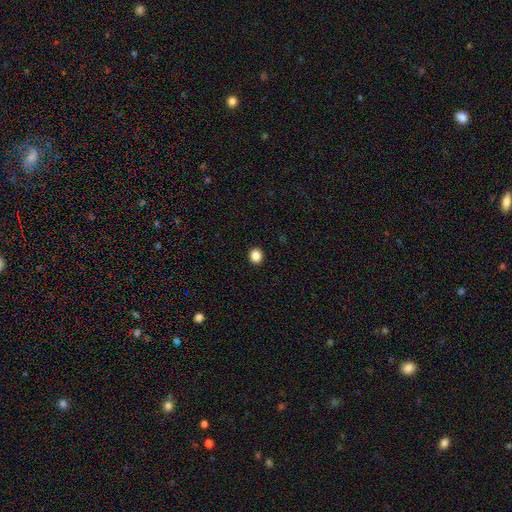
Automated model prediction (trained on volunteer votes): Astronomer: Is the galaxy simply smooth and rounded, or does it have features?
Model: smooth — 87%.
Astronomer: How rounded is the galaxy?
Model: round — 78%.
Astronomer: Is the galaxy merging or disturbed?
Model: none — 93%.